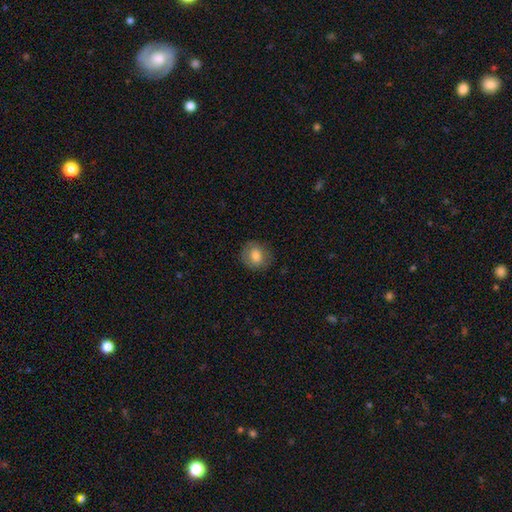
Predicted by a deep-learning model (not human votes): A smooth galaxy with no disk features (80%) that is round (77%). Merging: none (81%).